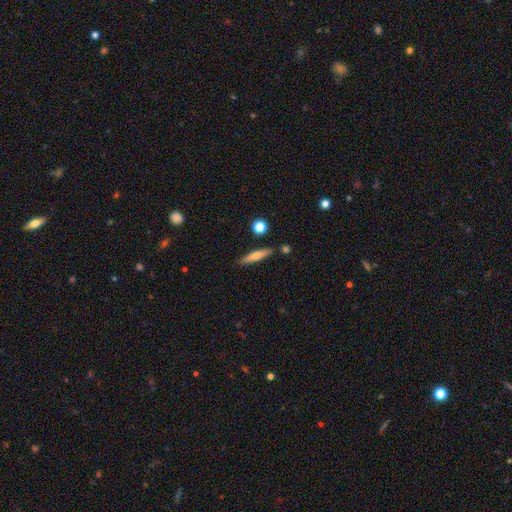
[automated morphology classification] Smooth or featured? Predicted: smooth (p=0.56). How rounded? Predicted: cigar-shaped (p=0.88). Merging? Predicted: none (p=0.86).